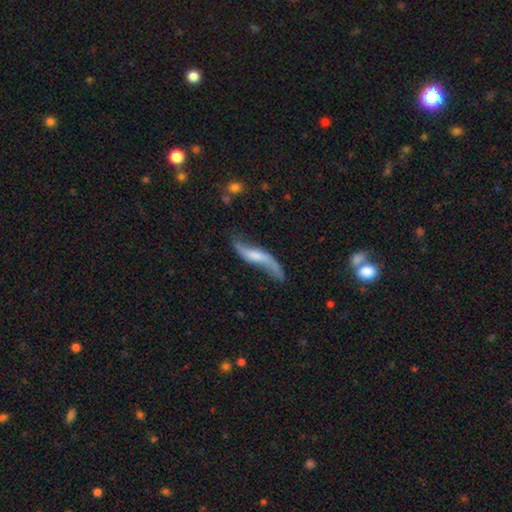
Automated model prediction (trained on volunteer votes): Smooth or featured? Predicted: featured or disk (p=0.80). Edge-on disk? Predicted: no (p=0.69). Bar? Predicted: no (p=0.49). Spiral arms? Predicted: yes (p=0.93). Spiral winding? Predicted: loose (p=0.86). Spiral arm count? Predicted: 2 (p=0.90). Bulge size? Predicted: small (p=0.39). Merging? Predicted: none (p=0.66).